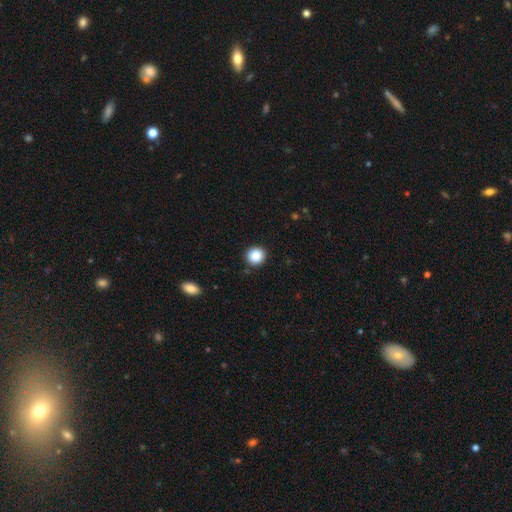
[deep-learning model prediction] Smooth or featured? Predicted: smooth (p=0.86). How rounded? Predicted: round (p=0.94). Merging? Predicted: none (p=0.92).